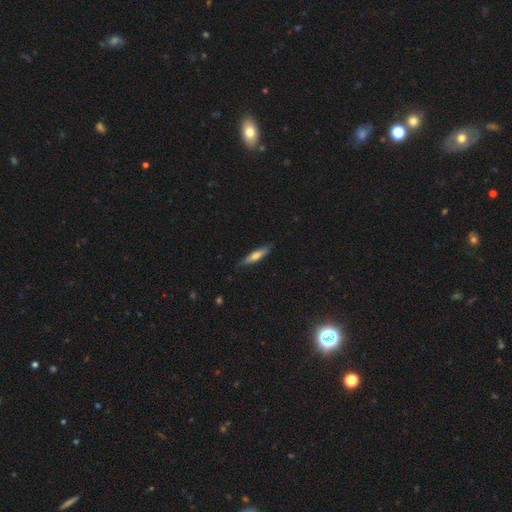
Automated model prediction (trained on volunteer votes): Q: Smooth or featured?
A: smooth (61%); runner-up: featured or disk (33%)
Q: How rounded?
A: cigar-shaped (83%); runner-up: in between (15%)
Q: Merging?
A: none (84%); runner-up: minor disturbance (13%)